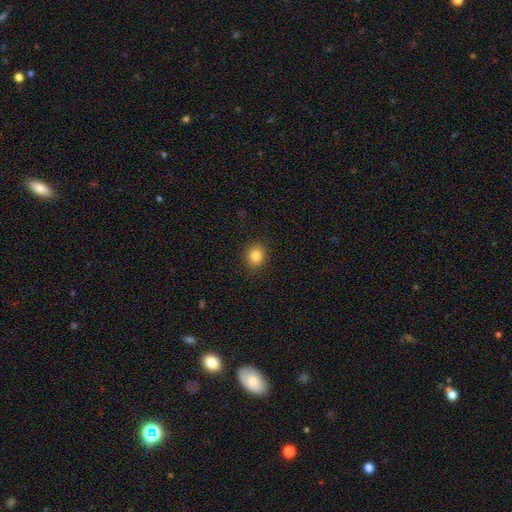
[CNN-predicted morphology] A smooth galaxy with no disk features (84%) that is round (68%). Merging: none (89%).